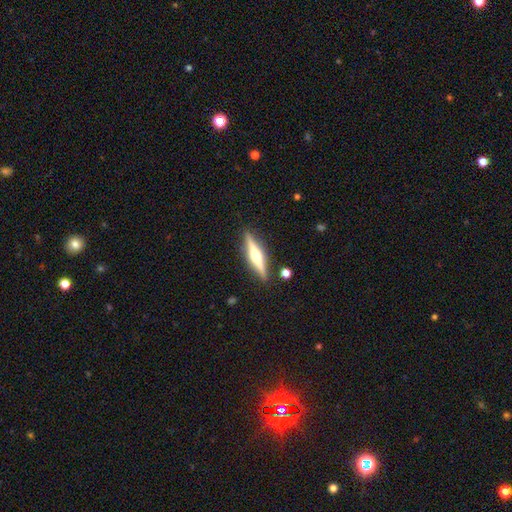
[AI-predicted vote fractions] A featured or disk galaxy (72%) viewed edge-on (97%) with a rounded central bulge (93%). Merging: none (89%).